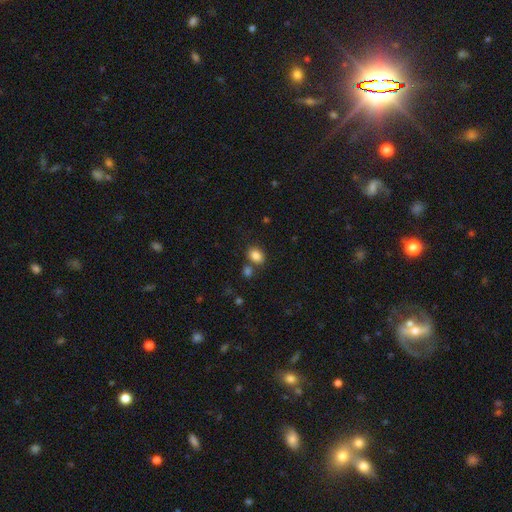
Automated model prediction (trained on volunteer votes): smooth-or-featured: smooth: 84% | star or artifact: 10% | featured or disk: 6%
  how-rounded: in between: 65% | round: 34% | cigar-shaped: 1%
  merging: none: 66% | merger: 18% | minor disturbance: 12% | major disturbance: 4%